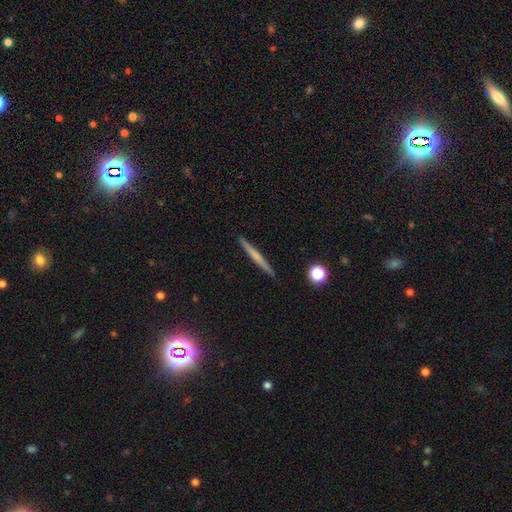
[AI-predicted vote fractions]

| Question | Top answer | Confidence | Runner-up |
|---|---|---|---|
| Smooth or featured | smooth | 49% | featured or disk (44%) |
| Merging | none | 91% | minor disturbance (6%) |